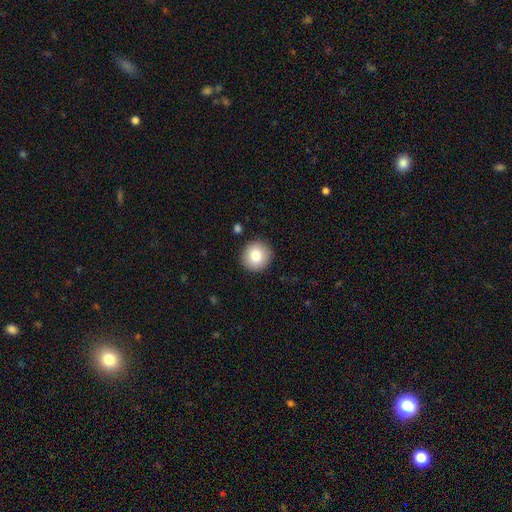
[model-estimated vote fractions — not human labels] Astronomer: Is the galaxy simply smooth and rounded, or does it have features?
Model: smooth — 81%.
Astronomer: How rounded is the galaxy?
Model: round — 94%.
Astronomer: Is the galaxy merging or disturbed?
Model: none — 91%.